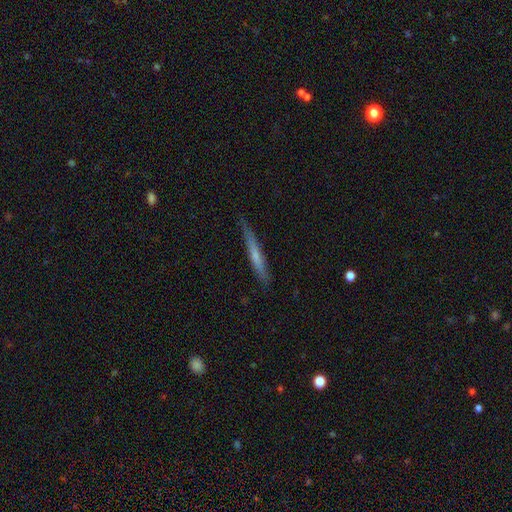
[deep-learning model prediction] smooth_or_featured: smooth (p=0.54) [alt: featured or disk p=0.39]
how_rounded: cigar-shaped (p=0.96) [alt: in between p=0.03]
merging: none (p=0.81) [alt: minor disturbance p=0.15]